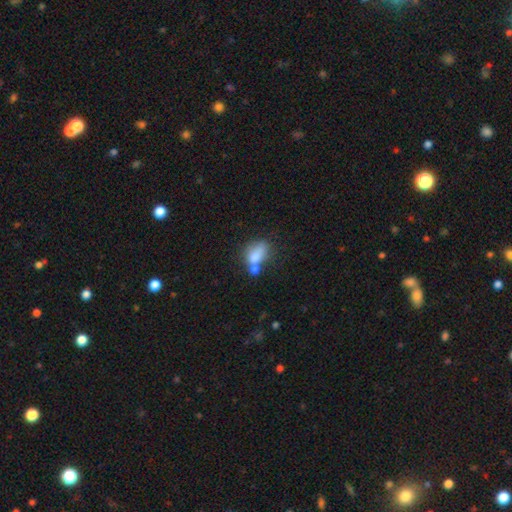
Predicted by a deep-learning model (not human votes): This appears to be a smooth galaxy with no disk features (74%) that is in between round and cigar-shaped (77%). Merging: merger (42%).